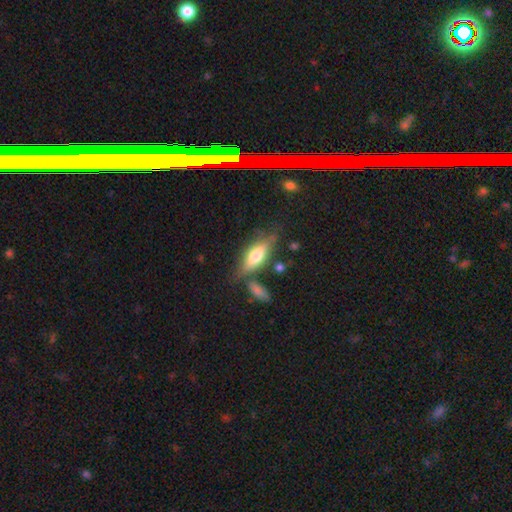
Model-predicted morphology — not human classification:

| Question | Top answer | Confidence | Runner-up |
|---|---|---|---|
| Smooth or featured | smooth | 50% | featured or disk (42%) |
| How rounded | in between | 60% | cigar-shaped (37%) |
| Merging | none | 67% | minor disturbance (18%) |